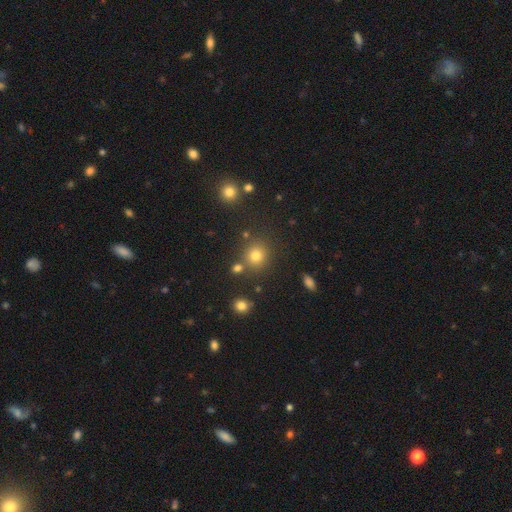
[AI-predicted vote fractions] This is likely a smooth galaxy (77%). How rounded: clearly round (88%). Merging: clearly none (80%).